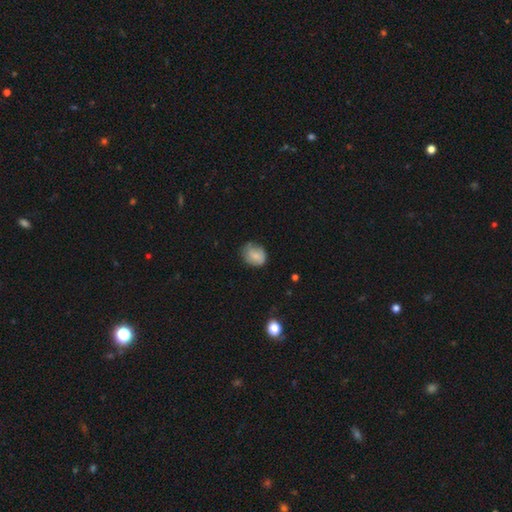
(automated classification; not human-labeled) Smooth or featured?
  - smooth: 75% *
  - featured or disk: 17%
  - star or artifact: 8%
How rounded?
  - round: 51% *
  - in between: 48%
  - cigar-shaped: 1%
Merging?
  - none: 56% *
  - minor disturbance: 33%
  - major disturbance: 10%
  - merger: 2%